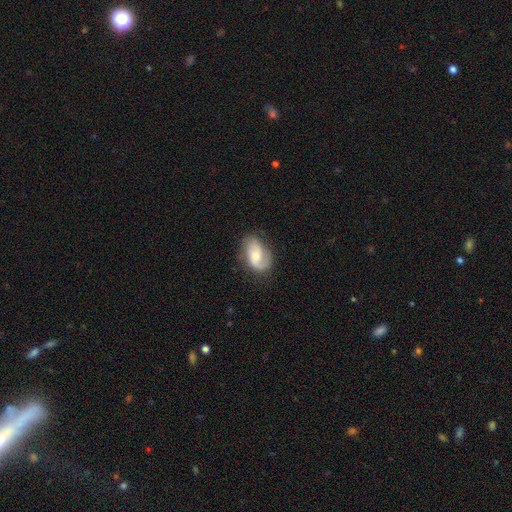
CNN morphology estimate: smooth-or-featured: featured or disk: 62% | smooth: 32% | star or artifact: 7%
  disk-edge-on: no: 96% | yes: 4%
    bar: no: 63% | weak: 31% | strong: 6%
    has-spiral-arms: yes: 89% | no: 11%
      spiral-winding: medium: 41% | loose: 32% | tight: 27%
      spiral-arm-count: 2: 57% | 1: 29% | can't tell: 11% | 3: 2% | 4: 1% | more than 4: 1%
    bulge-size: moderate: 49% | small: 42% | large: 5% | none: 3% | dominant: 1%
  merging: none: 66% | minor disturbance: 23% | major disturbance: 10% | merger: 1%